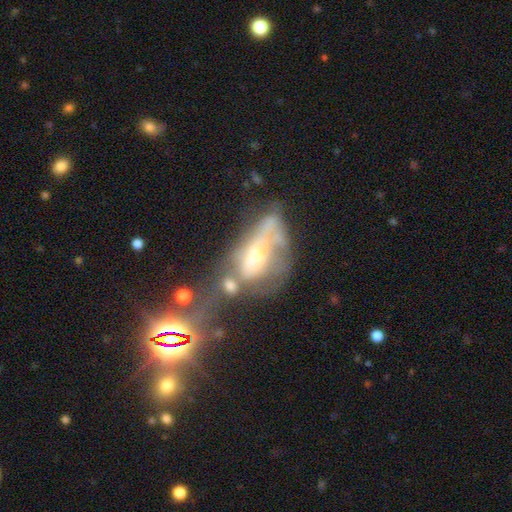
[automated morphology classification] Q: Smooth or featured?
A: featured or disk (52%); runner-up: smooth (30%)
Q: Edge-on disk?
A: no (88%); runner-up: yes (12%)
Q: Merging?
A: merger (39%); runner-up: major disturbance (34%)